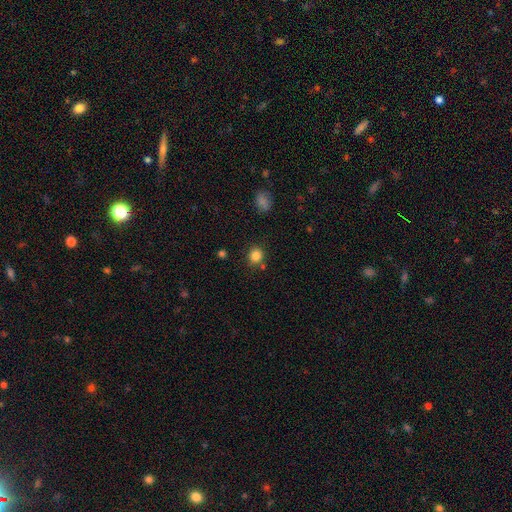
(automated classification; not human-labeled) A smooth galaxy with no disk features (84%) that is round (84%).

Vote fractions:
- Smooth or featured? smooth: 84% / star or artifact: 12% / featured or disk: 5%
- How rounded? round: 84% / in between: 15% / cigar-shaped: 1%
- Merging? none: 80% / minor disturbance: 11% / merger: 6% / major disturbance: 3%